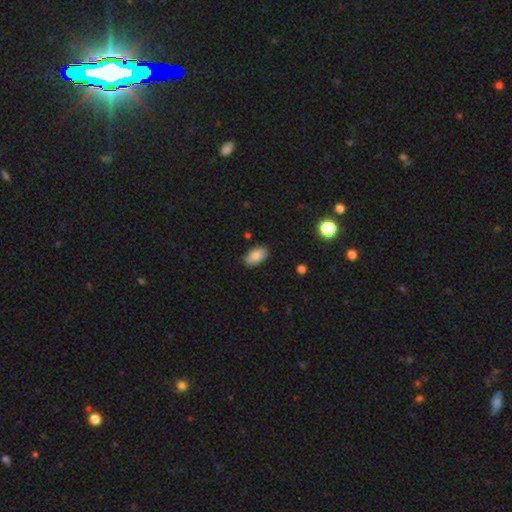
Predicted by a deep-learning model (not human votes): smooth 84%, featured or disk 8%, star or artifact 7%. Down the decision tree: how rounded — in between (94%); merging — none (86%).